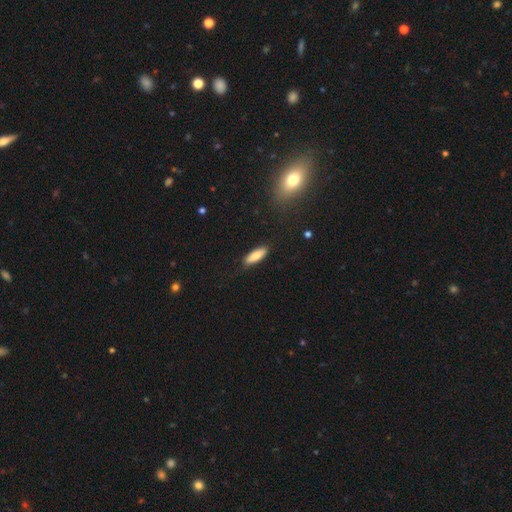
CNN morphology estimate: The model was most divided on "how rounded": in between: 56%, cigar-shaped: 42%, round: 2%. More confident: smooth or featured — smooth (84%); merging — none (82%).